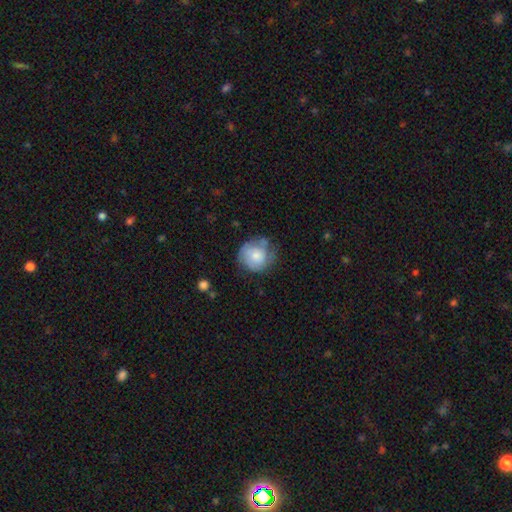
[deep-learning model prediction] Smooth or featured? Predicted: smooth (p=0.68). How rounded? Predicted: round (p=0.85). Merging? Predicted: none (p=0.55).